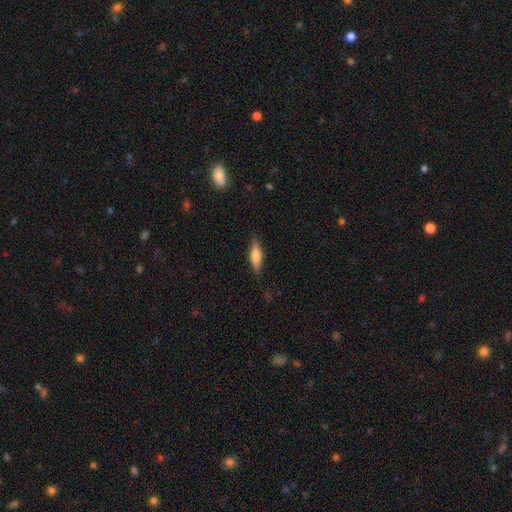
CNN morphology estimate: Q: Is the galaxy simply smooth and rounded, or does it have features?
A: smooth — 59%.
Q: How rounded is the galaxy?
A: cigar-shaped — 61%.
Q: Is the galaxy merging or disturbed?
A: none — 84%.